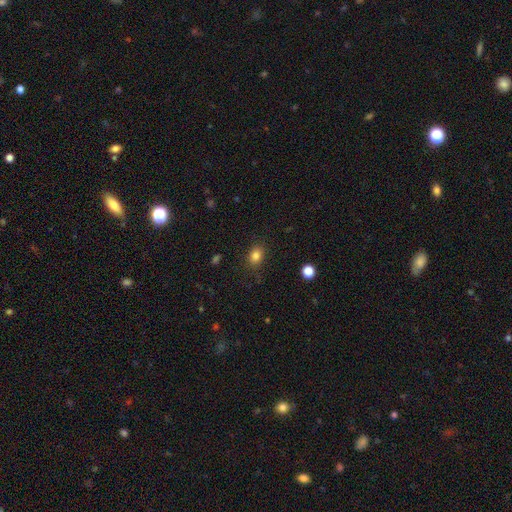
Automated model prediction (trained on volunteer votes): Q: Smooth or featured?
A: smooth (82%); runner-up: star or artifact (12%)
Q: How rounded?
A: in between (60%); runner-up: round (38%)
Q: Merging?
A: none (84%); runner-up: minor disturbance (11%)